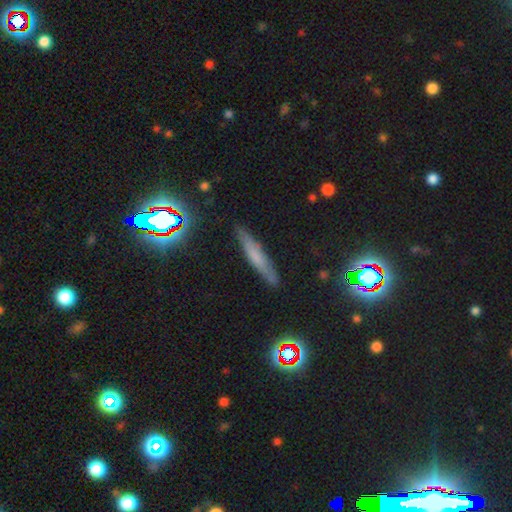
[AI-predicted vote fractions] smooth_or_featured: smooth (p=0.52) [alt: featured or disk p=0.33]
how_rounded: cigar-shaped (p=0.89) [alt: in between p=0.08]
merging: none (p=0.83) [alt: minor disturbance p=0.12]